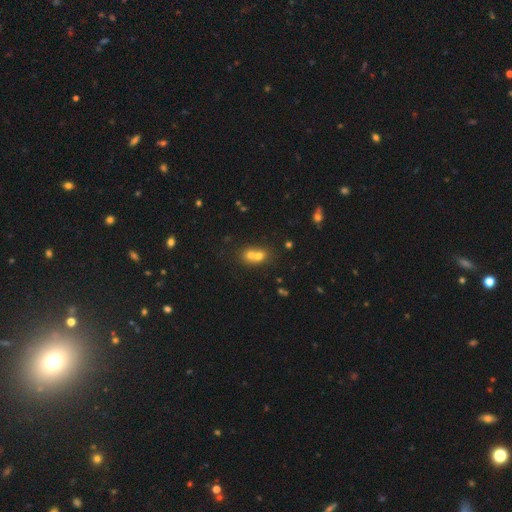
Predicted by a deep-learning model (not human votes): Q: Smooth or featured?
A: smooth (65%); runner-up: featured or disk (20%)
Q: How rounded?
A: round (68%); runner-up: in between (31%)
Q: Merging?
A: merger (68%); runner-up: none (25%)